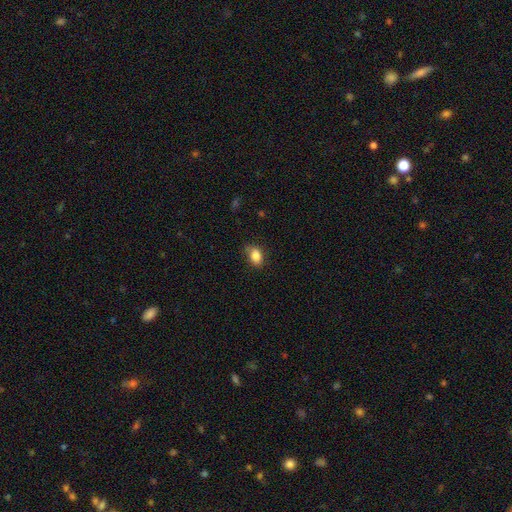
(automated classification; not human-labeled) Smooth or featured? Predicted: smooth (p=0.85). How rounded? Predicted: in between (p=0.81). Merging? Predicted: none (p=0.69).